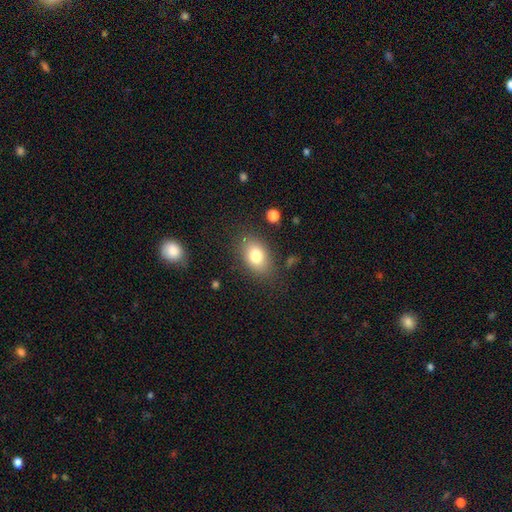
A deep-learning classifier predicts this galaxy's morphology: Smooth or featured? Predicted: smooth (p=0.79). How rounded? Predicted: in between (p=0.82). Merging? Predicted: none (p=0.81).